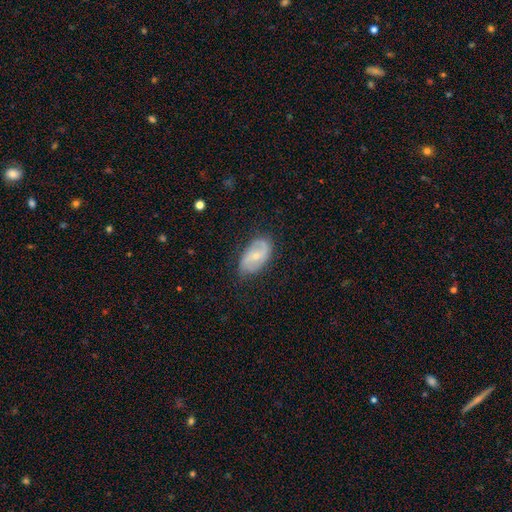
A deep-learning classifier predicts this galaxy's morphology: This is likely a featured or disk galaxy (62%). It is clearly not viewed edge-on (95%). Bar: possibly no (48%). Spiral arm pattern: clearly yes (85%). Spiral arm count: likely 2 (79%). Spiral winding: marginally medium (42%). Central bulge: possibly small (60%). Merging: likely none (72%).